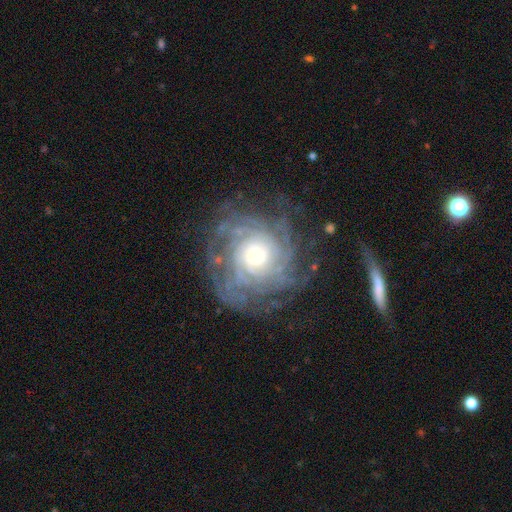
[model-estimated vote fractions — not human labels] Q: Smooth or featured?
A: featured or disk (89%); runner-up: star or artifact (6%)
Q: Edge-on disk?
A: no (97%); runner-up: yes (3%)
Q: Bar?
A: no (76%); runner-up: weak (18%)
Q: Spiral arms?
A: yes (97%); runner-up: no (3%)
Q: Spiral winding?
A: tight (77%); runner-up: medium (18%)
Q: Spiral arm count?
A: more than 4 (32%); runner-up: can't tell (24%)
Q: Bulge size?
A: small (52%); runner-up: moderate (37%)
Q: Merging?
A: none (77%); runner-up: minor disturbance (14%)